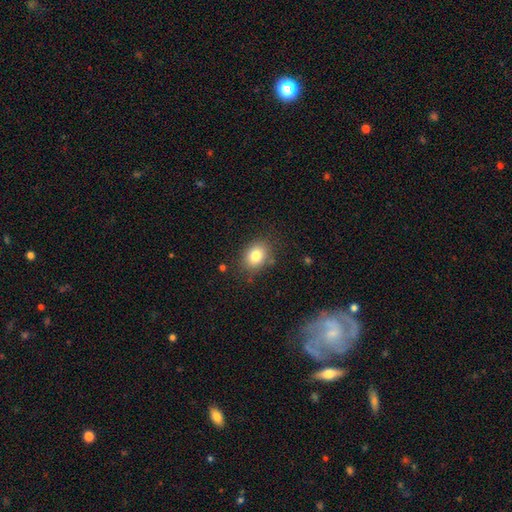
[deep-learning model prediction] Morphology: type=smooth (81%); roundness=in between (57%); merging=none (82%).